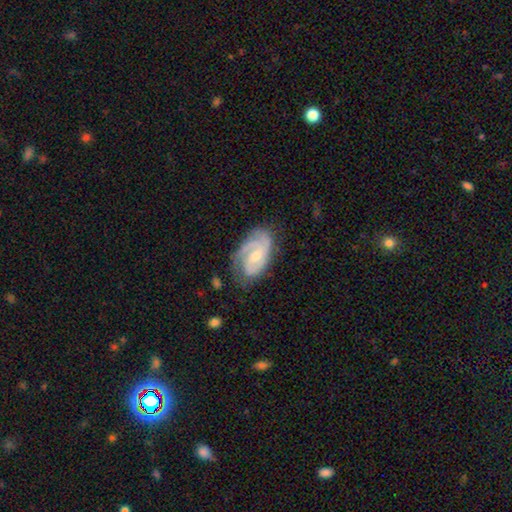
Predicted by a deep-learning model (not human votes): Q: Smooth or featured?
A: featured or disk (84%); runner-up: smooth (11%)
Q: Edge-on disk?
A: no (97%); runner-up: yes (3%)
Q: Bar?
A: no (52%); runner-up: weak (39%)
Q: Spiral arms?
A: yes (96%); runner-up: no (4%)
Q: Spiral winding?
A: tight (55%); runner-up: medium (36%)
Q: Spiral arm count?
A: 2 (49%); runner-up: 3 (23%)
Q: Bulge size?
A: small (51%); runner-up: moderate (44%)
Q: Merging?
A: none (68%); runner-up: minor disturbance (22%)